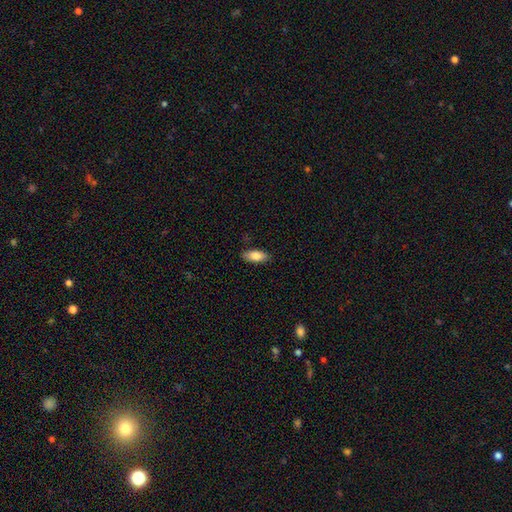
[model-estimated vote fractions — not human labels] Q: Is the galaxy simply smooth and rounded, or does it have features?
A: smooth — 84%.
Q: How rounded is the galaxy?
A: in between — 84%.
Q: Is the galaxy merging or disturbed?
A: none — 86%.